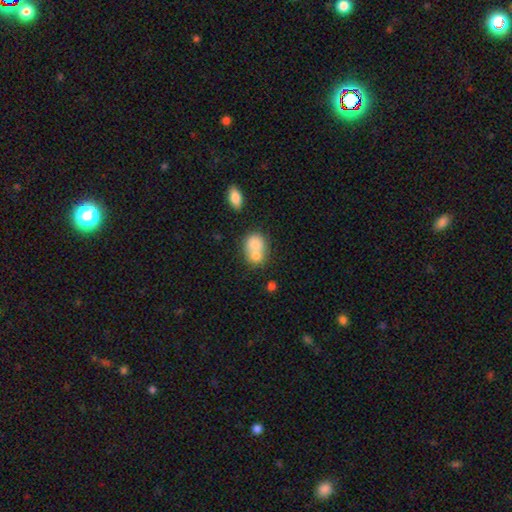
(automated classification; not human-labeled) Smooth or featured? smooth (76%)
How rounded? round (52%)
Merging? merger (64%)